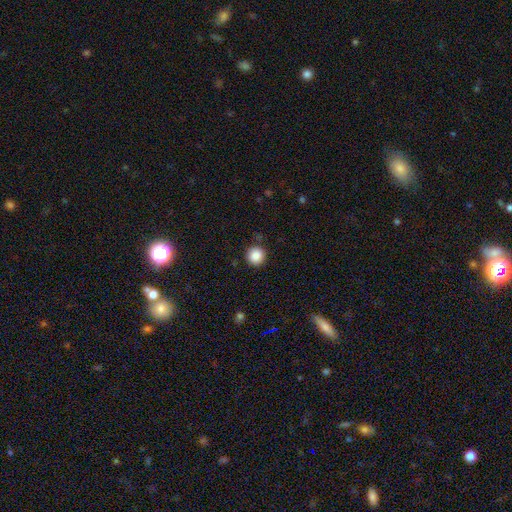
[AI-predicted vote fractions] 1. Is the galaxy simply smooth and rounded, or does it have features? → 87% smooth, 10% star or artifact, 3% featured or disk.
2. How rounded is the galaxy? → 96% round, 3% in between, 1% cigar-shaped.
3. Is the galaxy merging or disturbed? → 90% none, 6% minor disturbance, 2% major disturbance, 2% merger.